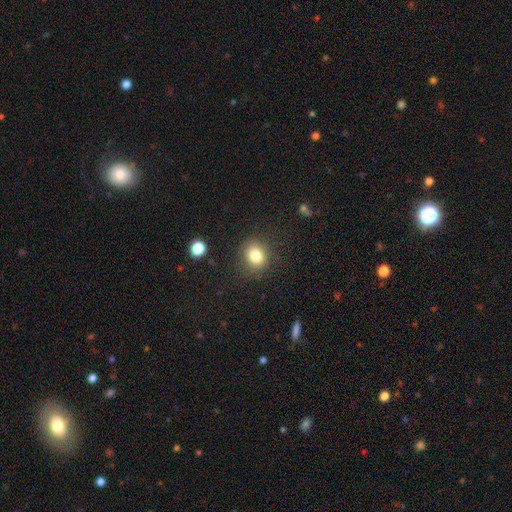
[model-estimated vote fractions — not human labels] Q: Smooth or featured?
A: smooth (81%); runner-up: star or artifact (12%)
Q: How rounded?
A: round (70%); runner-up: in between (29%)
Q: Merging?
A: none (85%); runner-up: minor disturbance (10%)